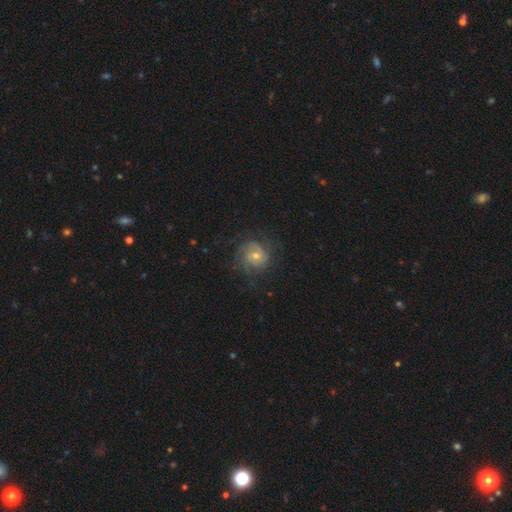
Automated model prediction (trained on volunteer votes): This is likely a featured or disk galaxy (67%). It is clearly not viewed edge-on (98%). Bar: likely no (71%). Spiral arm pattern: clearly yes (88%). Spiral arm count: marginally can't tell (34%). Spiral winding: possibly tight (52%). Central bulge: possibly moderate (58%). Merging: likely none (68%).